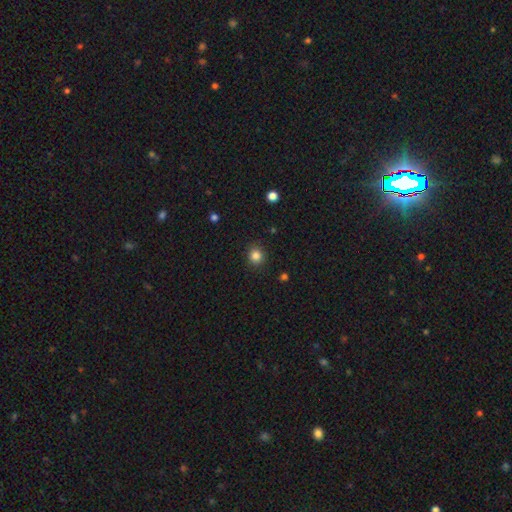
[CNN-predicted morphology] The model was most divided on "smooth or featured": smooth: 84%, star or artifact: 12%, featured or disk: 4%. More confident: merging — none (89%); how rounded — round (87%).